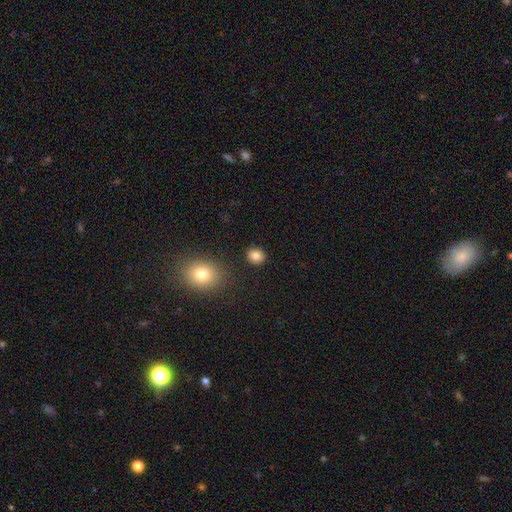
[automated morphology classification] This is clearly a smooth galaxy (85%). How rounded: likely round (78%). Merging: clearly none (88%).